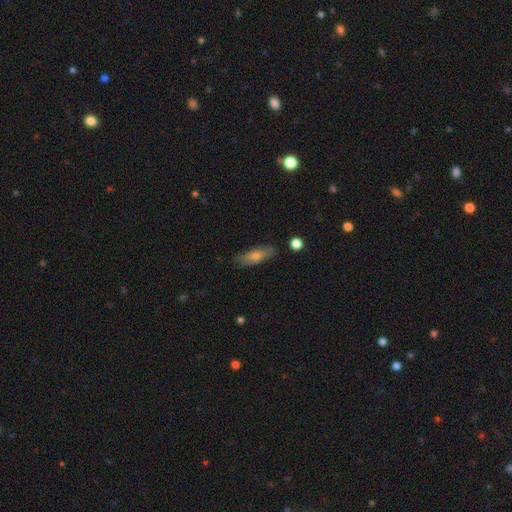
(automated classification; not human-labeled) smooth_or_featured: smooth (p=0.60) [alt: featured or disk p=0.32]
how_rounded: cigar-shaped (p=0.51) [alt: in between p=0.45]
merging: none (p=0.85) [alt: minor disturbance p=0.11]